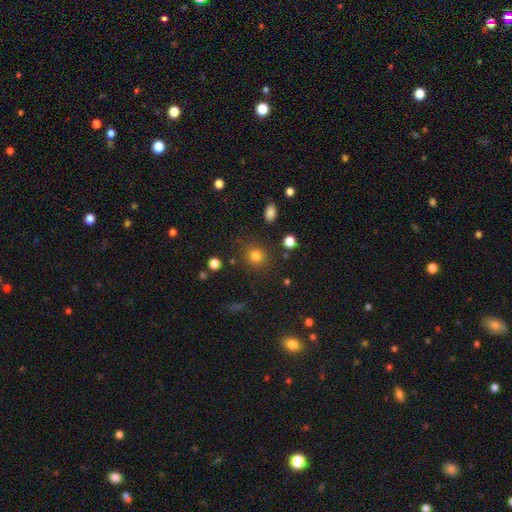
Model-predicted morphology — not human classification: type=smooth (80%); roundness=round (88%); merging=none (84%).